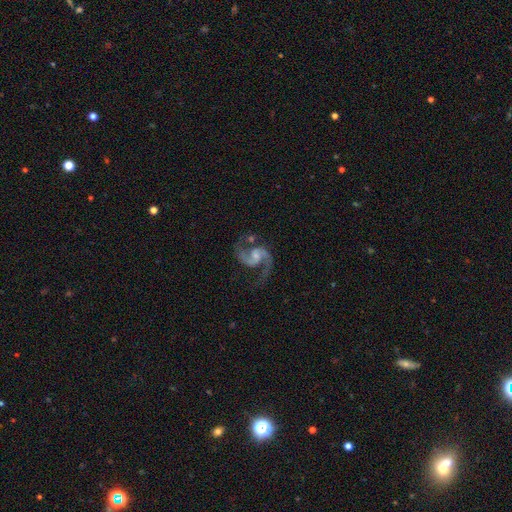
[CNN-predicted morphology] smooth_or_featured: featured or disk (p=0.92) [alt: star or artifact p=0.04]
disk_edge_on: no (p=0.98) [alt: yes p=0.02]
bar: no (p=0.46) [alt: weak p=0.45]
has_spiral_arms: yes (p=0.98) [alt: no p=0.02]
spiral_winding: medium (p=0.55) [alt: loose p=0.37]
spiral_arm_count: 2 (p=0.93) [alt: 1 p=0.02]
bulge_size: small (p=0.42) [alt: moderate p=0.31]
merging: none (p=0.69) [alt: minor disturbance p=0.16]